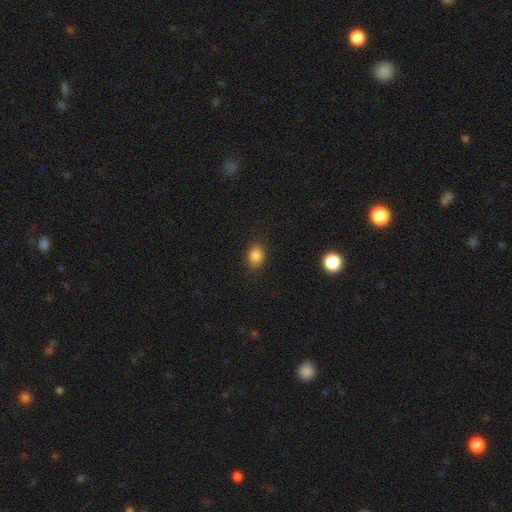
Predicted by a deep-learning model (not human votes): A smooth galaxy with no disk features (85%) that is in between round and cigar-shaped (63%). Merging: none (86%).